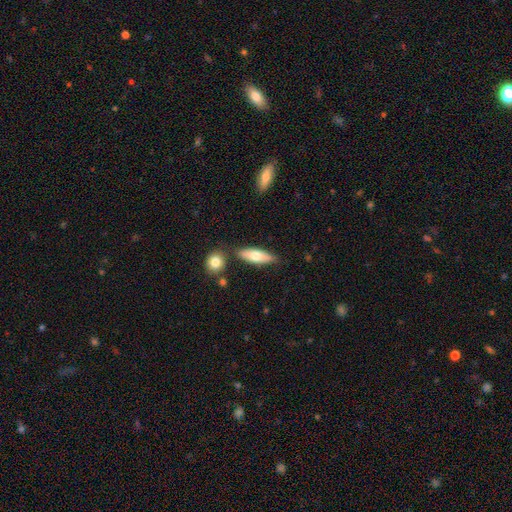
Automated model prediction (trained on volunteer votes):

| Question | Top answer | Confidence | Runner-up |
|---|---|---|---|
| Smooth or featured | smooth | 67% | featured or disk (27%) |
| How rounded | in between | 57% | cigar-shaped (41%) |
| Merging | none | 75% | minor disturbance (13%) |